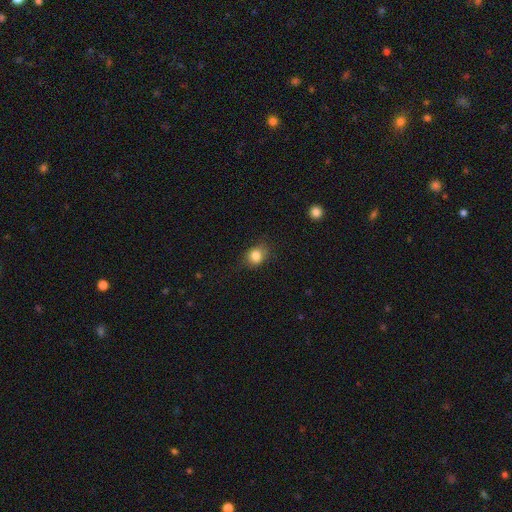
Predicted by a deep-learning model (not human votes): Smooth or featured? smooth (83%)
How rounded? round (52%)
Merging? none (74%)